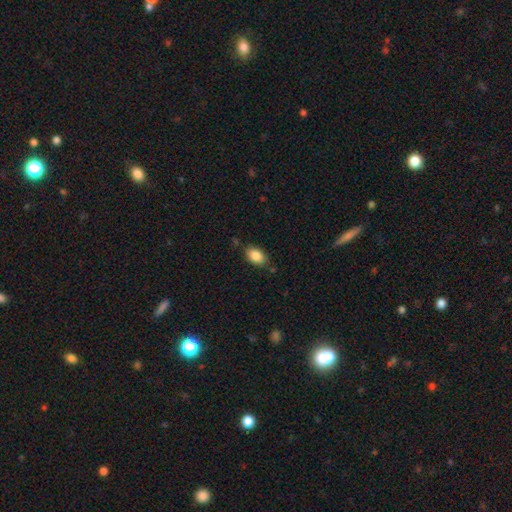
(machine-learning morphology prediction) smooth_or_featured: smooth (p=0.88) [alt: star or artifact p=0.08]
how_rounded: in between (p=0.88) [alt: round p=0.10]
merging: none (p=0.80) [alt: minor disturbance p=0.14]